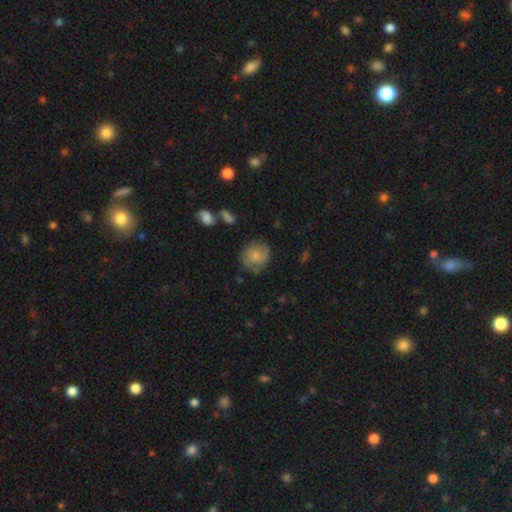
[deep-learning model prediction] This is likely a smooth galaxy (60%). How rounded: likely round (79%). Merging: likely none (68%).